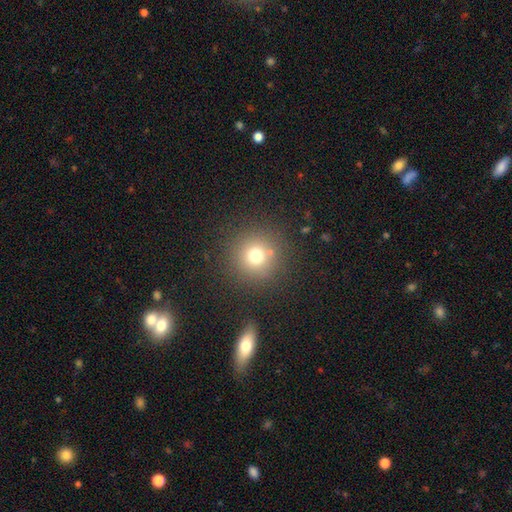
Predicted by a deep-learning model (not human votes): Smooth or featured? smooth (72%)
How rounded? round (95%)
Merging? none (85%)